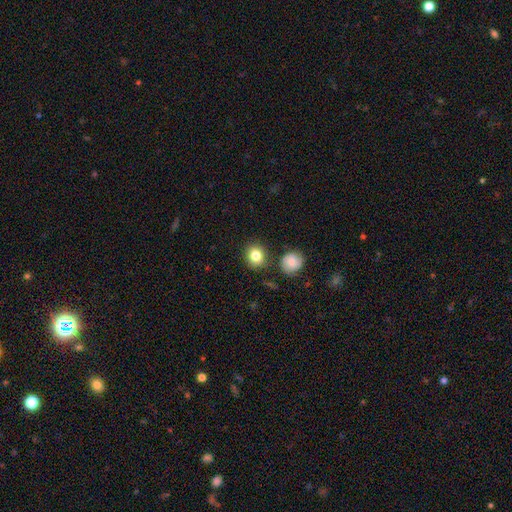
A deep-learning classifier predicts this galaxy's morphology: This is clearly a smooth galaxy (83%). How rounded: likely round (77%). Merging: clearly none (82%).